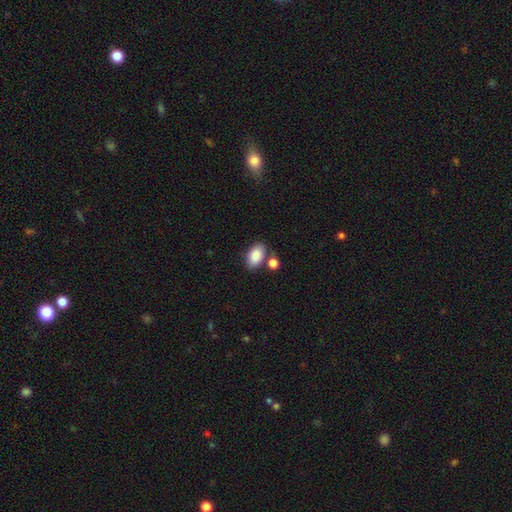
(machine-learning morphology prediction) A smooth galaxy with no disk features (87%) that is in between round and cigar-shaped (90%).

Vote fractions:
- Smooth or featured? smooth: 87% / star or artifact: 7% / featured or disk: 6%
- How rounded? in between: 90% / round: 8% / cigar-shaped: 1%
- Merging? none: 66% / merger: 16% / minor disturbance: 14% / major disturbance: 4%